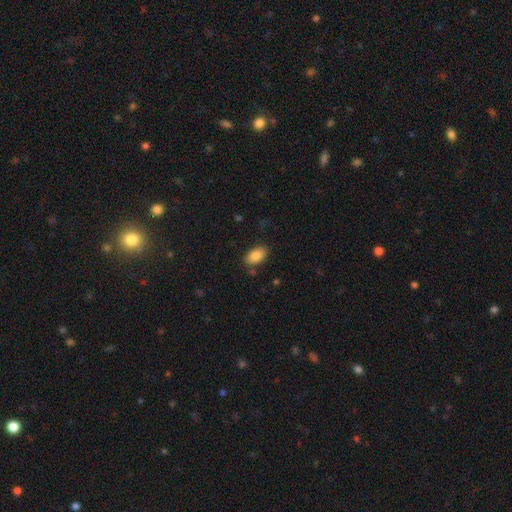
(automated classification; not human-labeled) A smooth galaxy with no disk features (86%) that is in between round and cigar-shaped (93%). Merging: none (82%).